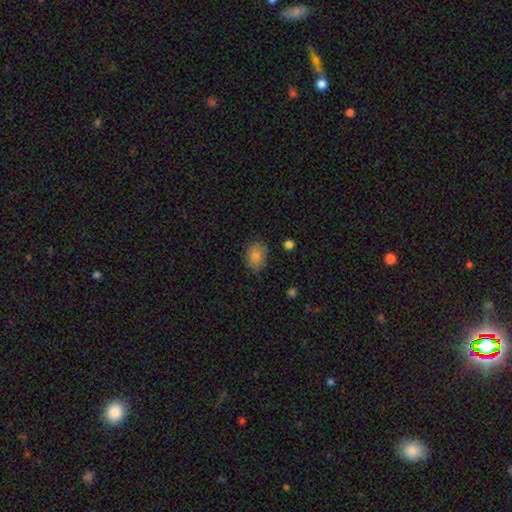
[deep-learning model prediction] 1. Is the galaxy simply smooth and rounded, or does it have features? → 81% smooth, 10% star or artifact, 9% featured or disk.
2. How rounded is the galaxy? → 58% in between, 41% round, 1% cigar-shaped.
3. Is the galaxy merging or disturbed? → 81% none, 15% minor disturbance, 3% major disturbance, 1% merger.